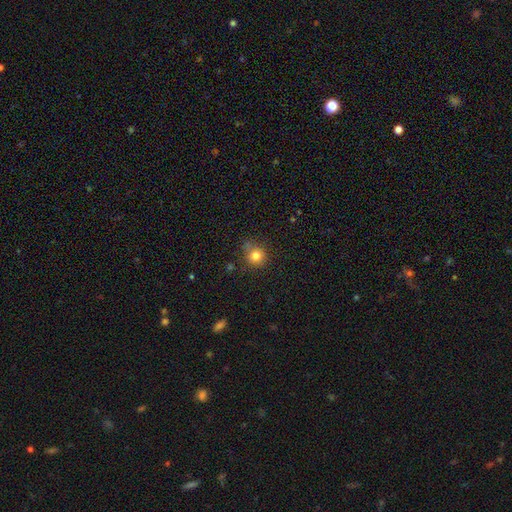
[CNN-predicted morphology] Smooth or featured? Predicted: smooth (p=0.81). How rounded? Predicted: round (p=0.90). Merging? Predicted: none (p=0.74).